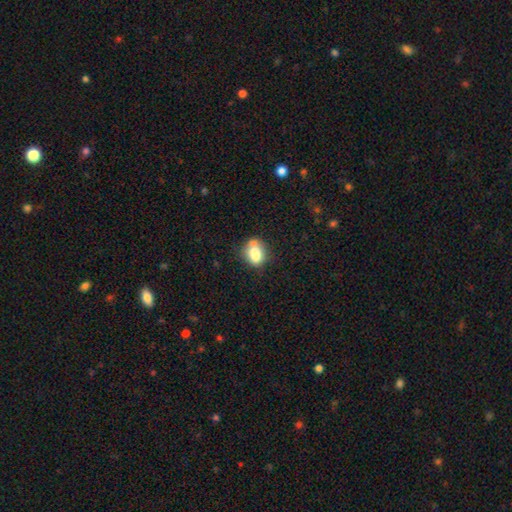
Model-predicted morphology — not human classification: A smooth galaxy with no disk features (73%) that is in between round and cigar-shaped (58%). Merging: none (40%).